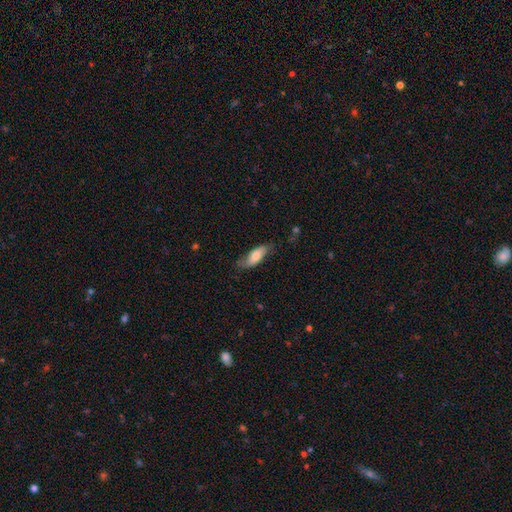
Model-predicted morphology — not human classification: Smooth or featured? smooth (66%)
How rounded? in between (68%)
Merging? none (64%)